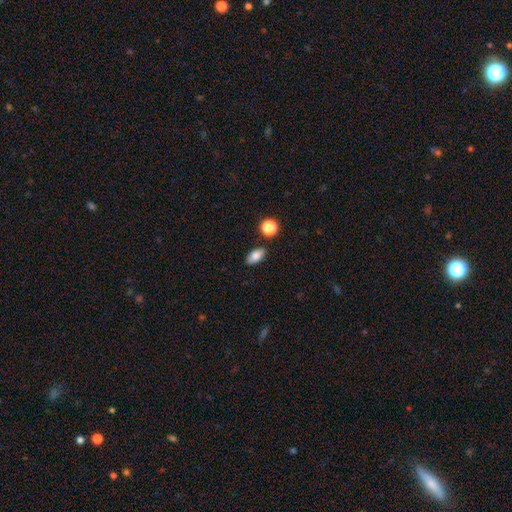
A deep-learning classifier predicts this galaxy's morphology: This is clearly a smooth galaxy (83%). How rounded: clearly in between (88%). Merging: clearly none (85%).